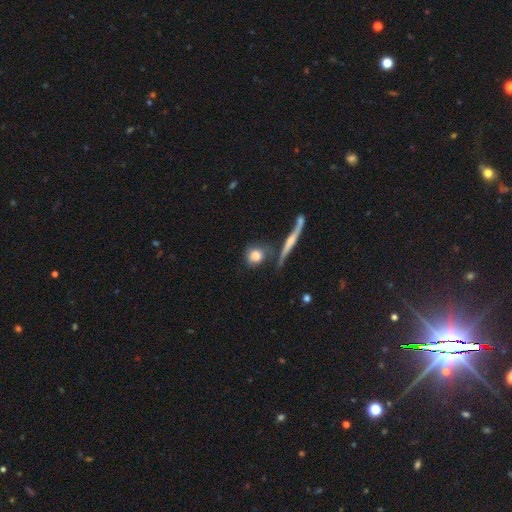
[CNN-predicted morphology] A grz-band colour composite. It shows a smooth galaxy with no disk features (75%) that is round (76%). Merging: none (68%).